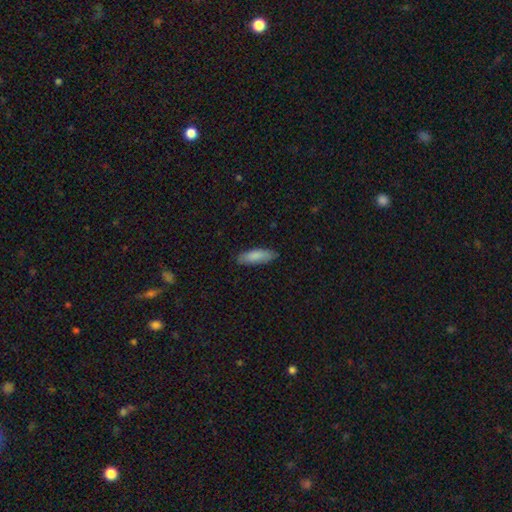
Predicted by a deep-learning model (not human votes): Morphology: type=smooth (85%); roundness=in between (54%); merging=none (85%).